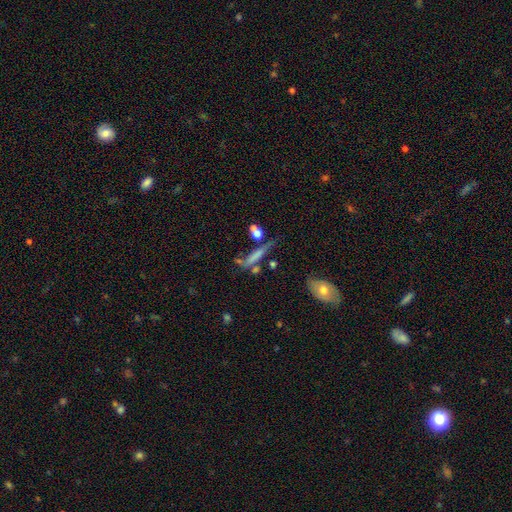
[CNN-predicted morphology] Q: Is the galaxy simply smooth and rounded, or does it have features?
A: smooth — 56%.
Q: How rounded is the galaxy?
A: cigar-shaped — 82%.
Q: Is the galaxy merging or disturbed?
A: none — 45%.